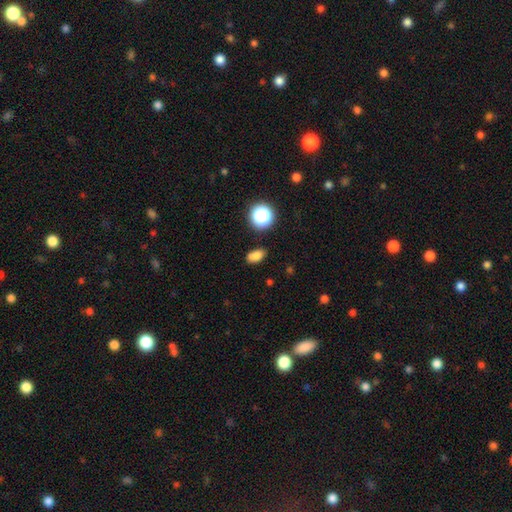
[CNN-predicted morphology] smooth-or-featured: smooth: 79% | star or artifact: 14% | featured or disk: 7%
  how-rounded: in between: 83% | round: 14% | cigar-shaped: 3%
  merging: none: 80% | minor disturbance: 13% | merger: 4% | major disturbance: 3%